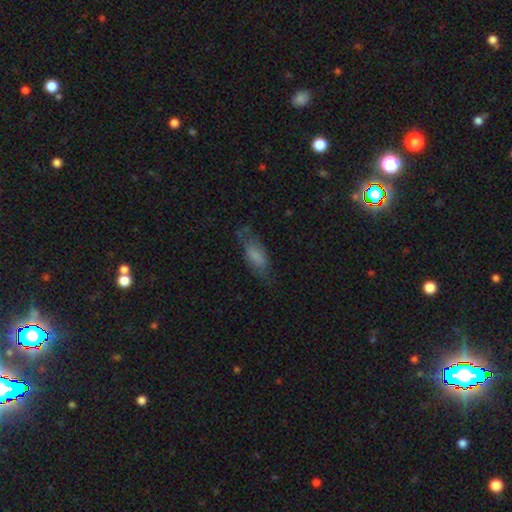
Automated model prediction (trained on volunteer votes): Smooth or featured: smooth — 72% (featured or disk — 20%)
How rounded: in between — 72% (cigar-shaped — 25%)
Merging: none — 60% (minor disturbance — 26%)